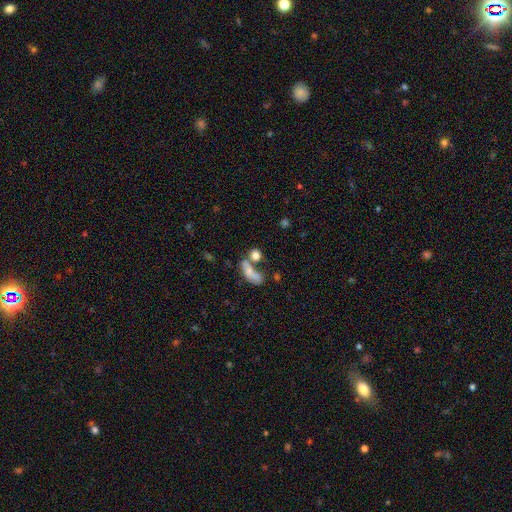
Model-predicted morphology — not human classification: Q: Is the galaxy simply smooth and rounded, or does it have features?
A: smooth — 75%.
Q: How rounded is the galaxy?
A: round — 53%.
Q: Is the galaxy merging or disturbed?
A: merger — 41%.